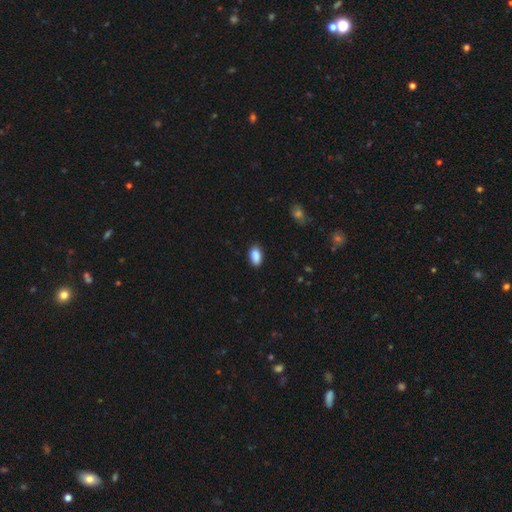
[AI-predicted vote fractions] Smooth or featured? smooth (89%)
How rounded? in between (92%)
Merging? none (82%)